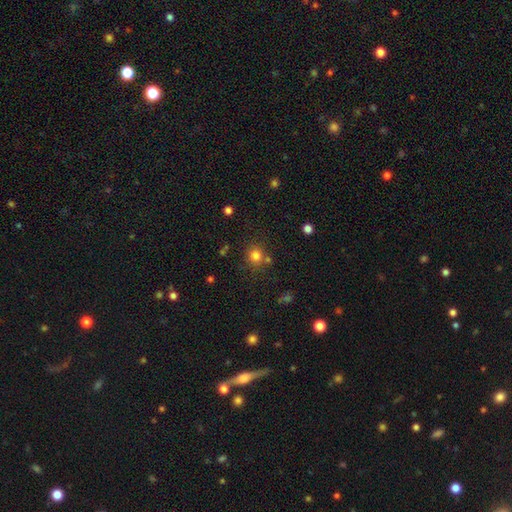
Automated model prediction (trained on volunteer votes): Smooth or featured? smooth (79%)
How rounded? round (90%)
Merging? none (75%)